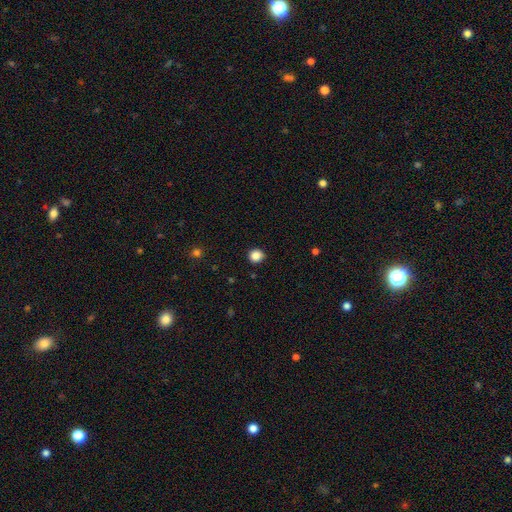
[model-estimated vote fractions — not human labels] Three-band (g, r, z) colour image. It shows a smooth galaxy with no disk features (87%) that is round (92%). Merging: none (90%).